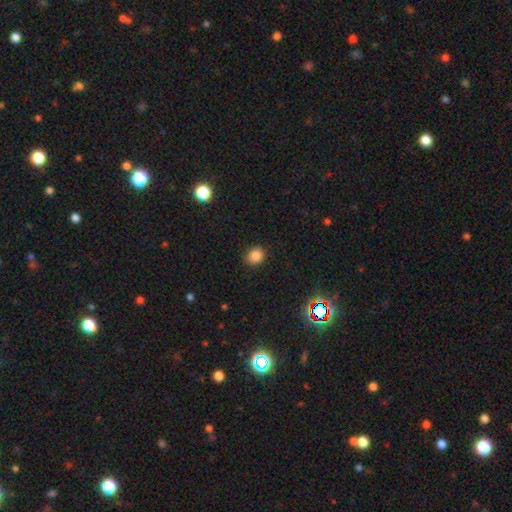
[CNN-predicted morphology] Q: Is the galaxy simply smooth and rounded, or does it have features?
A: smooth — 85%.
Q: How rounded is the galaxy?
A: round — 76%.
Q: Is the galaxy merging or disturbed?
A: none — 88%.